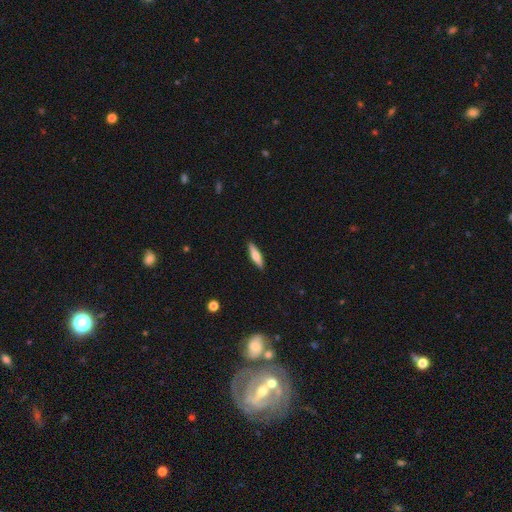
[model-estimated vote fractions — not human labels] smooth_or_featured: smooth (p=0.61) [alt: featured or disk p=0.33]
how_rounded: cigar-shaped (p=0.75) [alt: in between p=0.23]
merging: none (p=0.90) [alt: minor disturbance p=0.07]